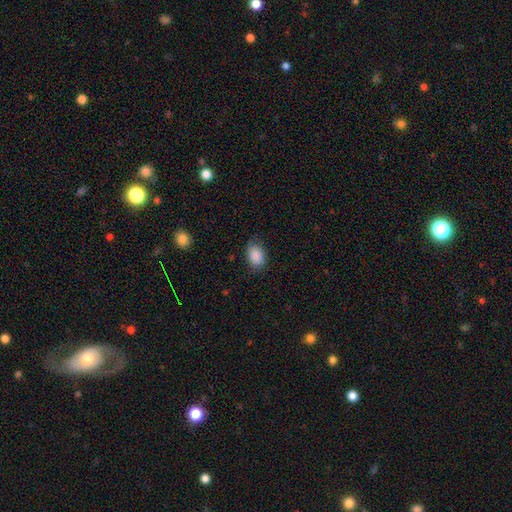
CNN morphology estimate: type=smooth (87%); roundness=in between (79%); merging=none (70%).